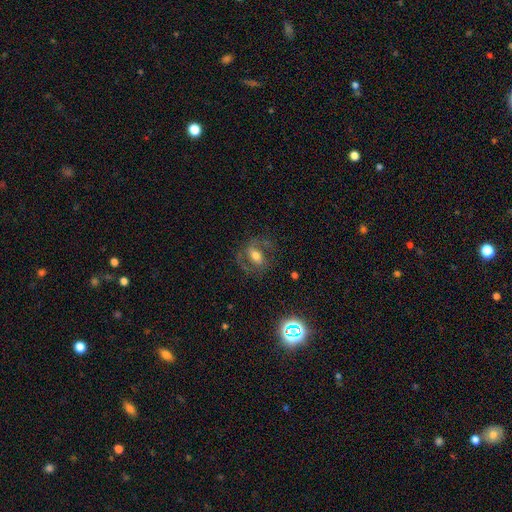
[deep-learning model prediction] Smooth or featured? featured or disk (59%)
Edge-on disk? no (94%)
Bar? weak (37%)
Spiral arms? yes (73%)
Bulge size? moderate (61%)
Merging? none (67%)